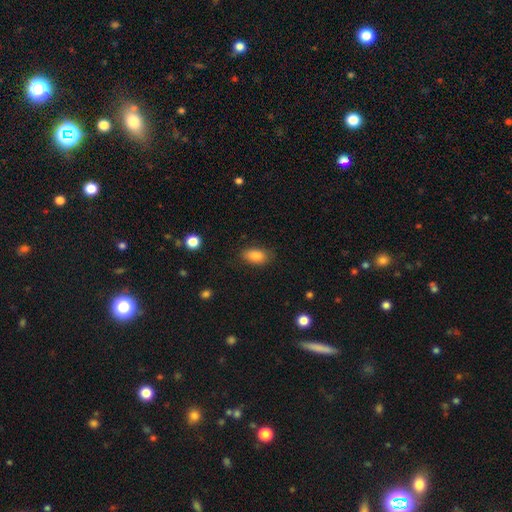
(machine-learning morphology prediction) Overall: smooth (86%). How rounded: in between (89%). Merging: none (82%).